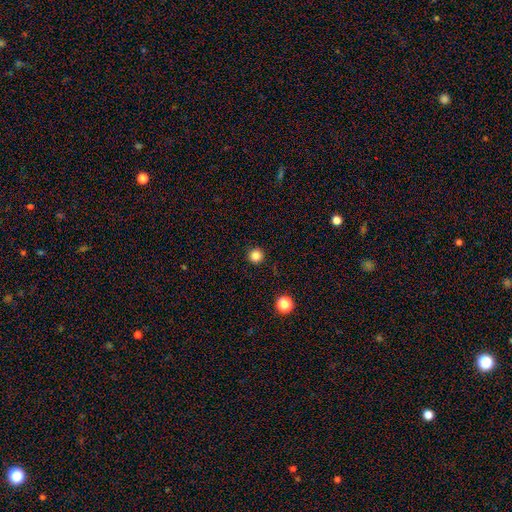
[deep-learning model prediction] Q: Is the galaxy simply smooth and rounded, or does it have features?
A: smooth — 84%.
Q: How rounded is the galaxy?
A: round — 96%.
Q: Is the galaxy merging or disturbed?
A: none — 93%.